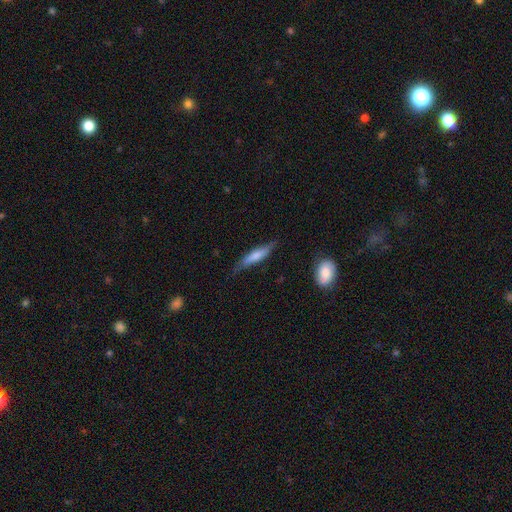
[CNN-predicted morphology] This appears to be a smooth galaxy with no disk features (60%) that is cigar-shaped (80%). Merging: none (69%).